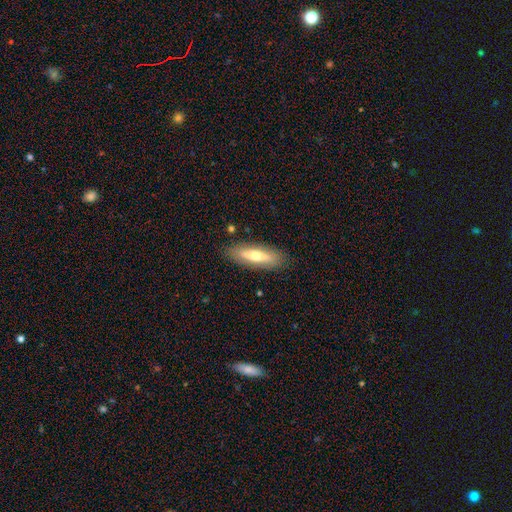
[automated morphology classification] Q: Smooth or featured?
A: smooth (56%); runner-up: featured or disk (38%)
Q: How rounded?
A: cigar-shaped (55%); runner-up: in between (42%)
Q: Merging?
A: none (86%); runner-up: minor disturbance (10%)